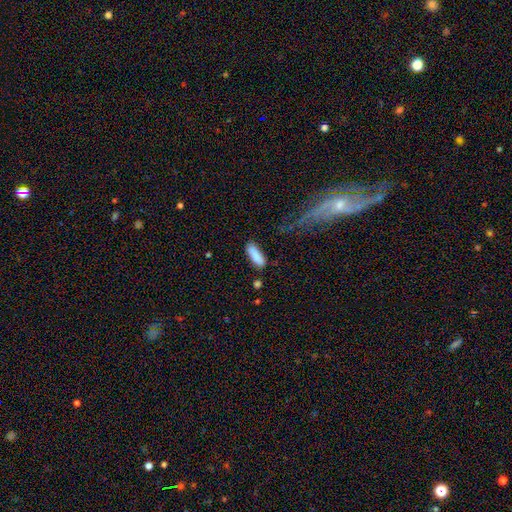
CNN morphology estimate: Smooth or featured? Predicted: smooth (p=0.86). How rounded? Predicted: in between (p=0.52). Merging? Predicted: none (p=0.78).